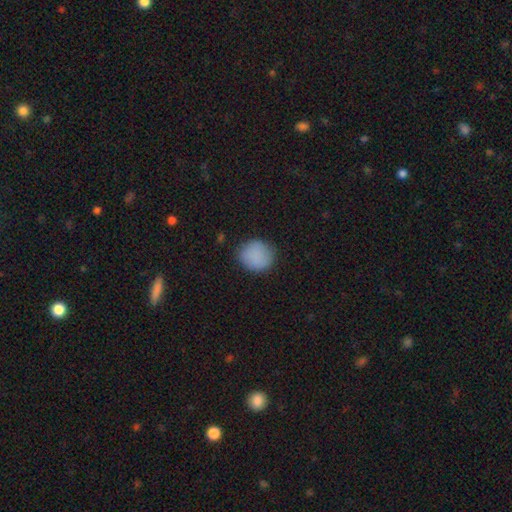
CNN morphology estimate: Smooth or featured?
  - smooth: 86% *
  - star or artifact: 8%
  - featured or disk: 5%
How rounded?
  - round: 85% *
  - in between: 14%
  - cigar-shaped: 1%
Merging?
  - none: 81% *
  - minor disturbance: 14%
  - major disturbance: 3%
  - merger: 1%